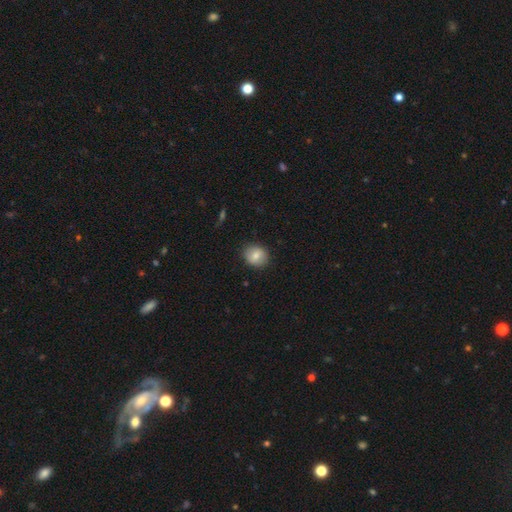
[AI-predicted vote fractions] Morphology: type=smooth (80%); roundness=round (70%); merging=none (87%).